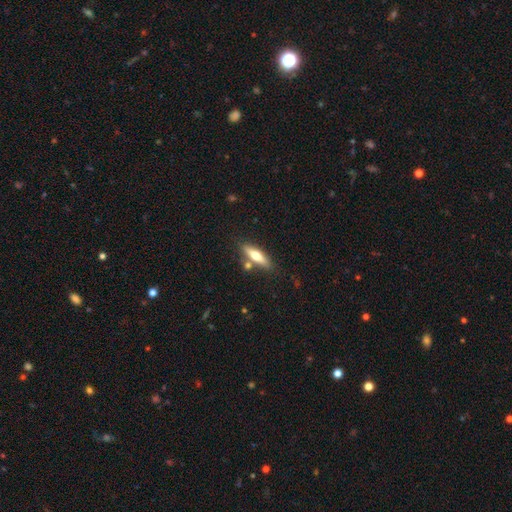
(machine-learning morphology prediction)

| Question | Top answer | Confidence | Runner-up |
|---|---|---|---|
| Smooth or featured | smooth | 55% | featured or disk (39%) |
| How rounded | cigar-shaped | 64% | in between (33%) |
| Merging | none | 74% | minor disturbance (11%) |